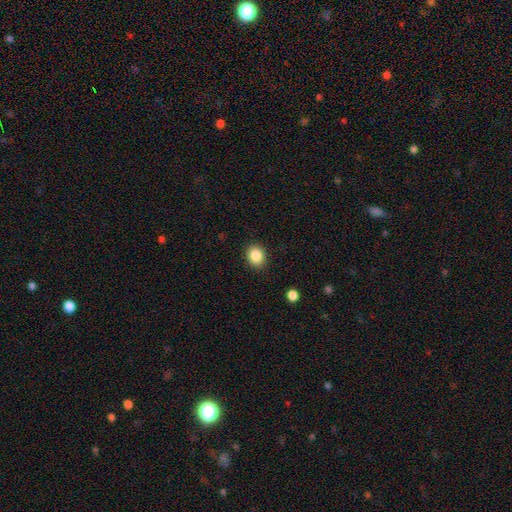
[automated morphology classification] A smooth galaxy with no disk features (86%) that is round (60%).

Vote fractions:
- Smooth or featured? smooth: 86% / star or artifact: 9% / featured or disk: 4%
- How rounded? round: 60% / in between: 39% / cigar-shaped: 1%
- Merging? none: 89% / minor disturbance: 8% / major disturbance: 2% / merger: 1%